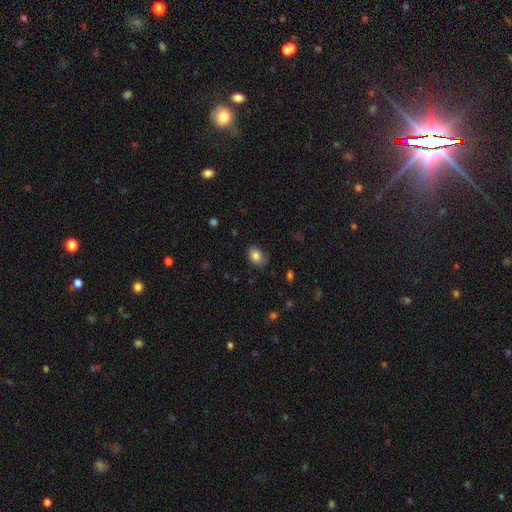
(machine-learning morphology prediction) A smooth galaxy with no disk features (84%) that is in between round and cigar-shaped (71%).

Vote fractions:
- Smooth or featured? smooth: 84% / star or artifact: 9% / featured or disk: 7%
- How rounded? in between: 71% / round: 28% / cigar-shaped: 1%
- Merging? none: 79% / minor disturbance: 17% / major disturbance: 3% / merger: 1%